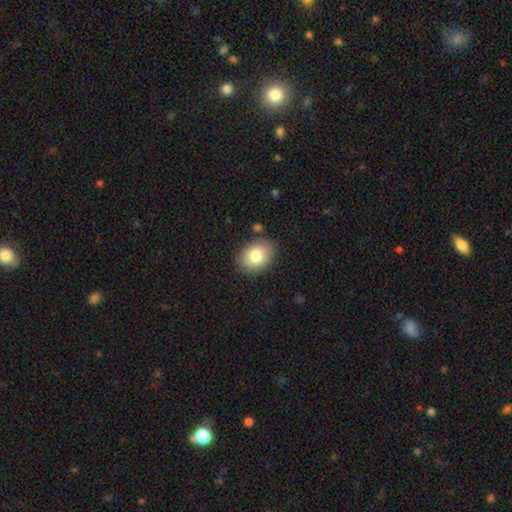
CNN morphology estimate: Smooth or featured? Predicted: smooth (p=0.81). How rounded? Predicted: in between (p=0.68). Merging? Predicted: none (p=0.84).